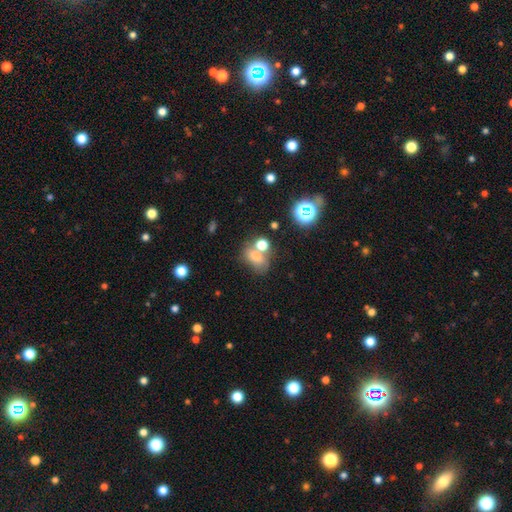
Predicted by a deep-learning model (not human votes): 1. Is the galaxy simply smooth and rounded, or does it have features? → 68% smooth, 19% star or artifact, 13% featured or disk.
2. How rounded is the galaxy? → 68% in between, 30% round, 2% cigar-shaped.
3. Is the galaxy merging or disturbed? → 45% none, 30% merger, 16% minor disturbance, 9% major disturbance.